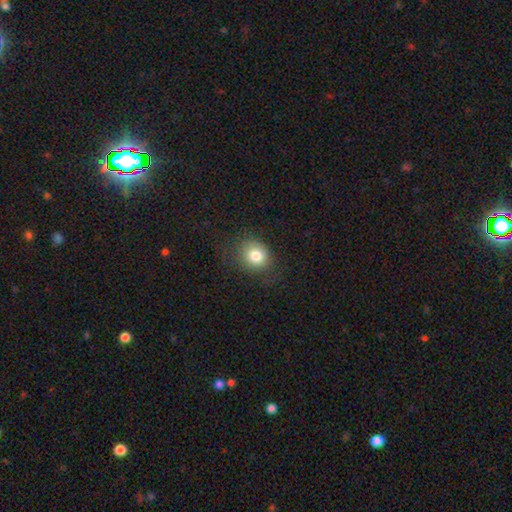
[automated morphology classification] The model was most divided on "how rounded": round: 69%, in between: 30%, cigar-shaped: 1%. More confident: smooth or featured — smooth (80%); merging — none (75%).